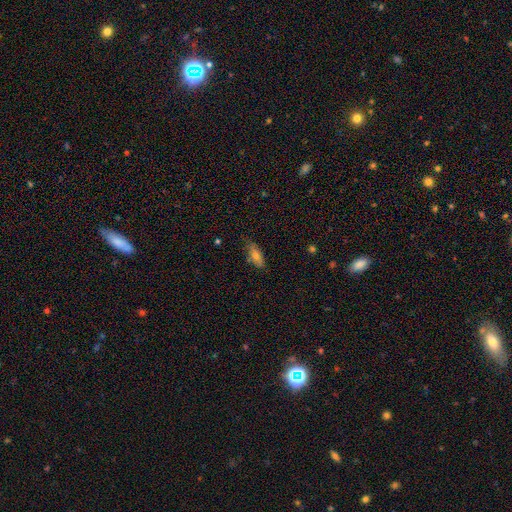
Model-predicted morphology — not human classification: A smooth galaxy with no disk features (70%) that is in between round and cigar-shaped (69%). Merging: none (76%).